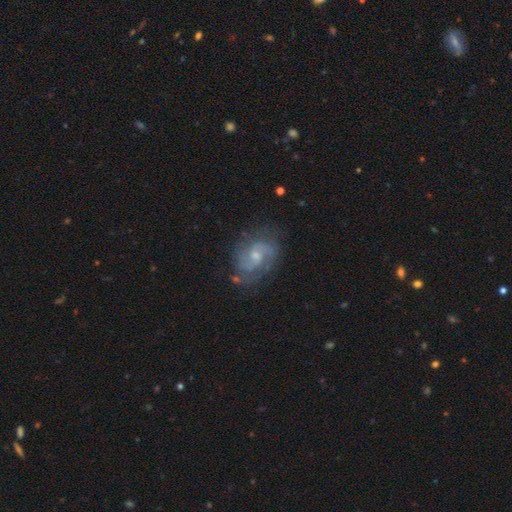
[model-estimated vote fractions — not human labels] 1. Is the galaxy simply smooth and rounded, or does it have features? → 81% featured or disk, 12% smooth, 7% star or artifact.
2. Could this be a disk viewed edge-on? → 98% no, 2% yes.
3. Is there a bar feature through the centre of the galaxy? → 49% no, 45% weak, 6% strong.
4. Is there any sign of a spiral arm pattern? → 94% yes, 6% no.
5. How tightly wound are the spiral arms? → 51% medium, 31% tight, 18% loose.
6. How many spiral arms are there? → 76% 2, 12% can't tell, 5% 3, 3% 1, 2% 4, 2% more than 4.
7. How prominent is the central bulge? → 51% small, 41% moderate, 6% none, 2% large, 1% dominant.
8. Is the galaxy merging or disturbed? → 69% none, 20% minor disturbance, 9% major disturbance, 2% merger.